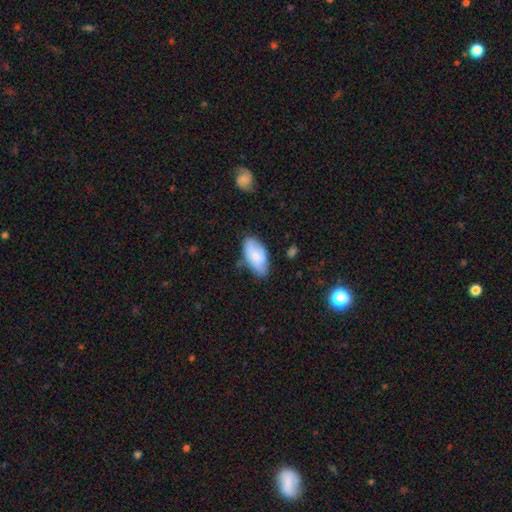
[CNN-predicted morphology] Overall: smooth (79%). How rounded: in between (94%). Merging: none (68%).